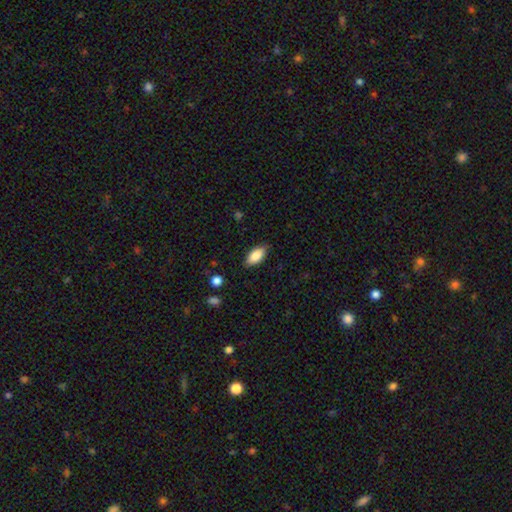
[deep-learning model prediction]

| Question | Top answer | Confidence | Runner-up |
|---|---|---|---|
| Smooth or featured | smooth | 86% | featured or disk (8%) |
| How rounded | in between | 91% | cigar-shaped (7%) |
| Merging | none | 84% | minor disturbance (13%) |